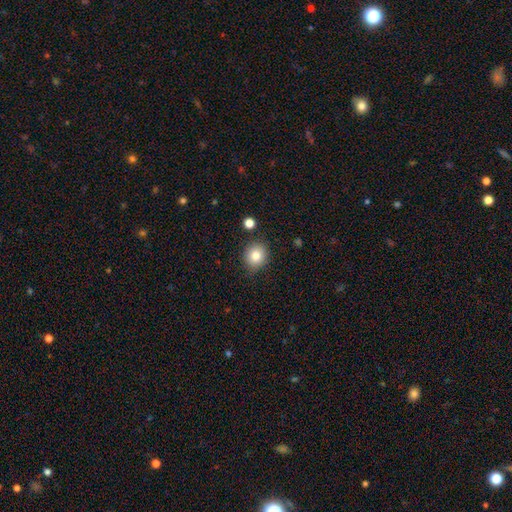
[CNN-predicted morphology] The model was most divided on "how rounded": round: 80%, in between: 20%, cigar-shaped: 1%. More confident: smooth or featured — smooth (83%); merging — none (83%).